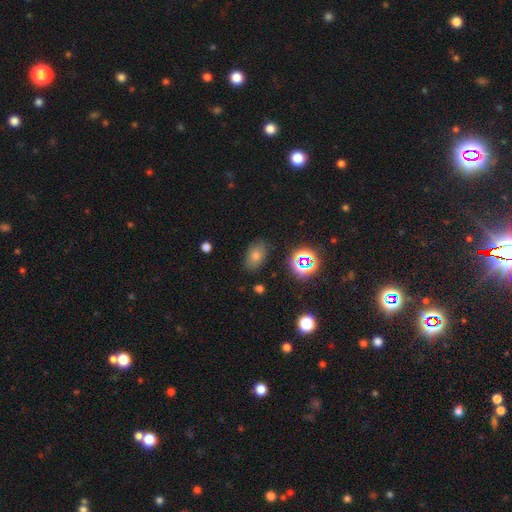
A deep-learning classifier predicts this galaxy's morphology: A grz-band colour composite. It shows a smooth galaxy with no disk features (66%) that is in between round and cigar-shaped (83%). Merging: none (83%).